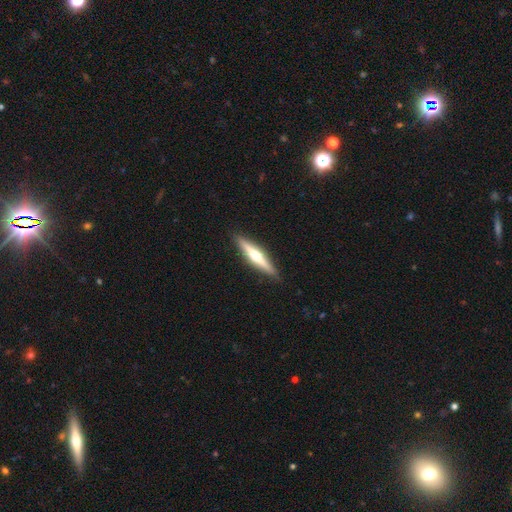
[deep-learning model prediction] smooth_or_featured: featured or disk (p=0.66) [alt: smooth p=0.30]
disk_edge_on: yes (p=0.97) [alt: no p=0.03]
edge_on_bulge: rounded (p=0.92) [alt: none p=0.05]
merging: none (p=0.90) [alt: minor disturbance p=0.07]